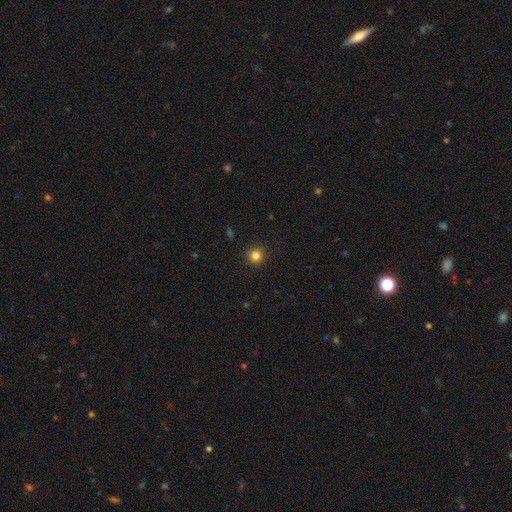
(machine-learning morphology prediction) This is clearly a smooth galaxy (83%). How rounded: clearly round (94%). Merging: clearly none (91%).